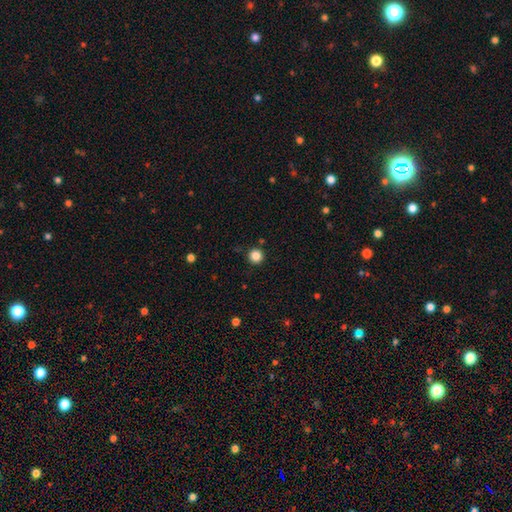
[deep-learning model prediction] A smooth galaxy with no disk features (85%) that is round (96%). Merging: none (91%).